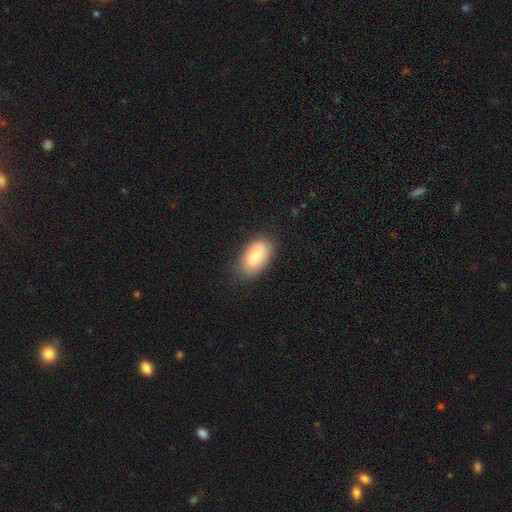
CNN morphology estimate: Smooth or featured? smooth (84%)
How rounded? in between (94%)
Merging? none (76%)